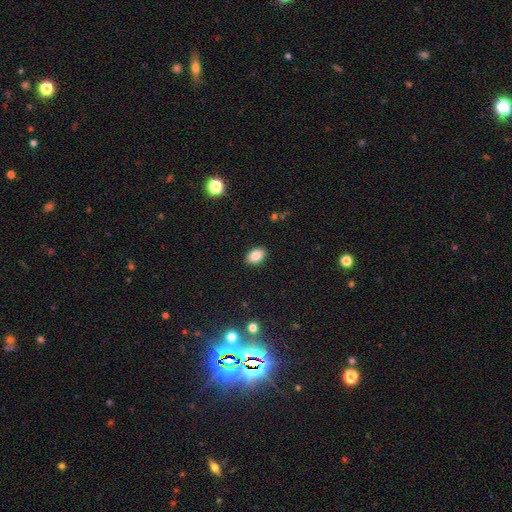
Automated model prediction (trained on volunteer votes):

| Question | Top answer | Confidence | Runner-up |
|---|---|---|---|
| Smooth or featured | smooth | 86% | star or artifact (9%) |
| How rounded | in between | 85% | round (14%) |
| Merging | none | 89% | minor disturbance (7%) |